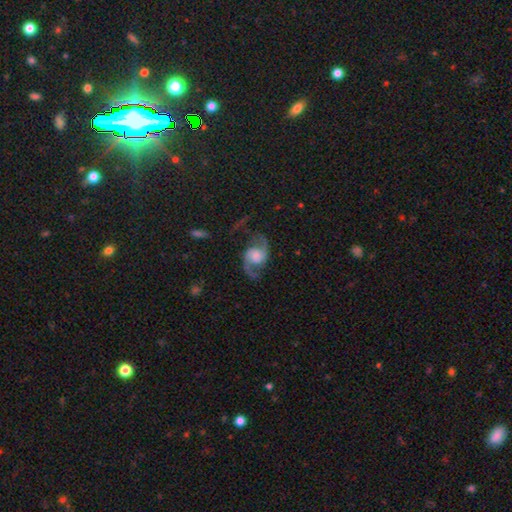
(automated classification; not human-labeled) Smooth or featured?
  - featured or disk: 89% *
  - smooth: 6%
  - star or artifact: 5%
Edge-on disk?
  - no: 98% *
  - yes: 2%
Bar?
  - no: 59% *
  - weak: 34%
  - strong: 8%
Spiral arms?
  - yes: 97% *
  - no: 3%
Spiral winding?
  - loose: 50% *
  - medium: 42%
  - tight: 8%
Spiral arm count?
  - 2: 94% *
  - 1: 2%
  - can't tell: 2%
  - 3: 1%
  - 4: 1%
  - more than 4: 1%
Bulge size?
  - moderate: 30% *
  - large: 29%
  - small: 19%
  - none: 17%
  - dominant: 4%
Merging?
  - none: 72% *
  - minor disturbance: 15%
  - major disturbance: 11%
  - merger: 2%